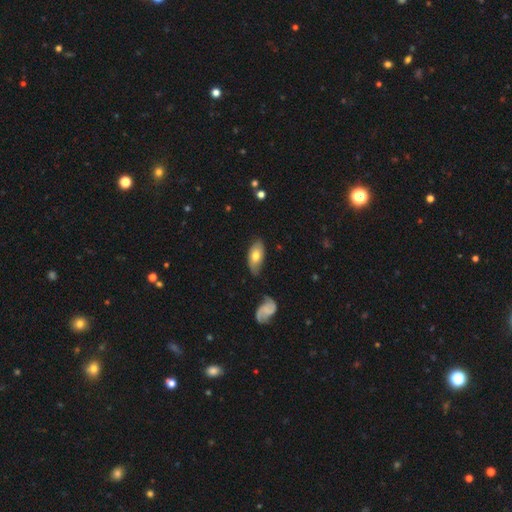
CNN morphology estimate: smooth-or-featured: smooth: 63% | featured or disk: 30% | star or artifact: 6%
  how-rounded: in between: 89% | cigar-shaped: 7% | round: 4%
  merging: none: 65% | minor disturbance: 25% | major disturbance: 6% | merger: 5%